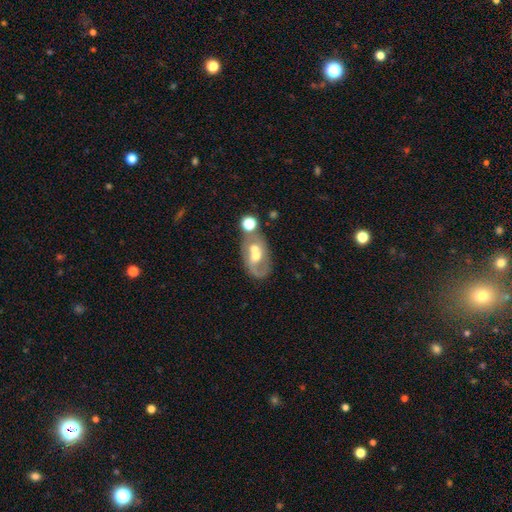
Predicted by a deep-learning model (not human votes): A featured or disk galaxy (59%) with no bar (68%), spiral arms (50%, tied with no) and a moderate central bulge (62%).

Vote fractions:
- Smooth or featured? featured or disk: 59% / smooth: 31% / star or artifact: 10%
- Edge-on disk? no: 95% / yes: 5%
- Bar? no: 68% / weak: 24% / strong: 8%
- Spiral arms? yes: 50% (tied) / no: 50% (tied)
- Bulge size? moderate: 62% / small: 26% / large: 7% / none: 4% / dominant: 2%
- Merging? merger: 43% / none: 32% / minor disturbance: 13% / major disturbance: 12%